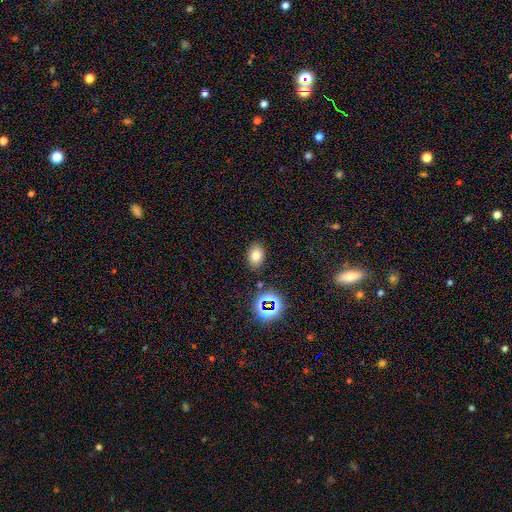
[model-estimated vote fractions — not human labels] Morphology: type=smooth (74%); roundness=in between (77%); merging=none (83%).